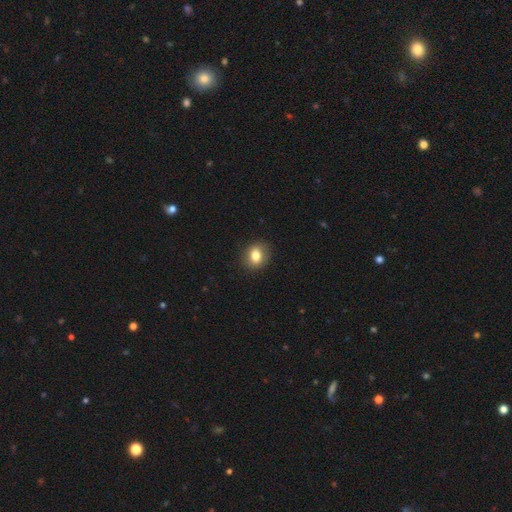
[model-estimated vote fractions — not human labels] smooth_or_featured: smooth (p=0.81) [alt: featured or disk p=0.10]
how_rounded: round (p=0.59) [alt: in between p=0.40]
merging: none (p=0.88) [alt: minor disturbance p=0.09]